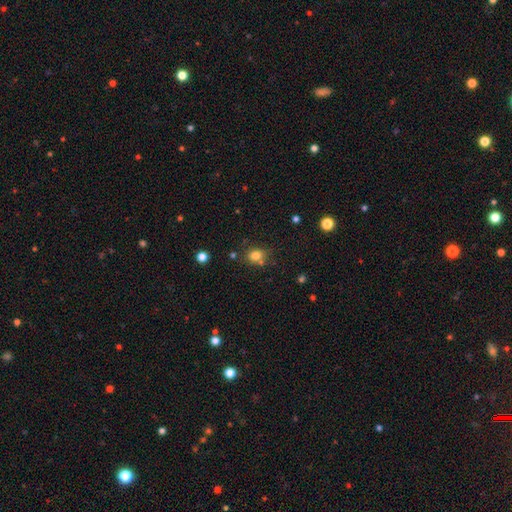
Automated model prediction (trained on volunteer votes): smooth 79%, star or artifact 14%, featured or disk 8%. Down the decision tree: how rounded — round (61%); merging — none (66%).